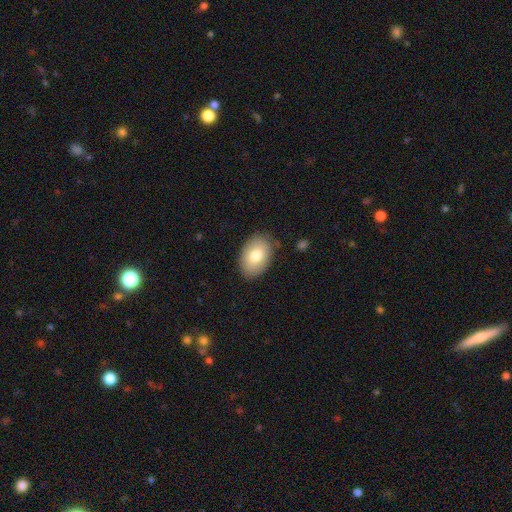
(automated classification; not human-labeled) smooth-or-featured: smooth: 78% | featured or disk: 15% | star or artifact: 7%
  how-rounded: in between: 86% | round: 13% | cigar-shaped: 1%
  merging: none: 84% | minor disturbance: 12% | major disturbance: 3% | merger: 1%